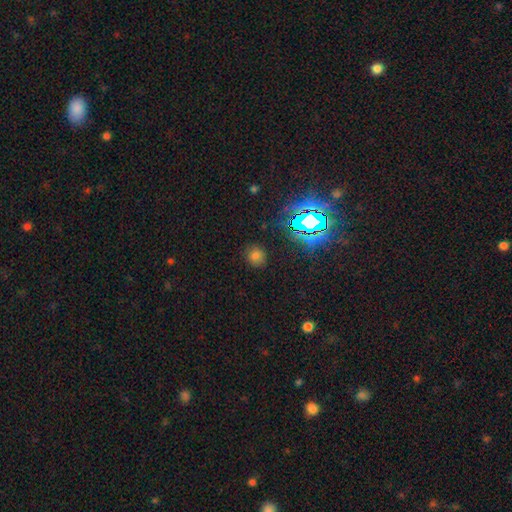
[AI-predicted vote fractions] smooth_or_featured: smooth (p=0.67) [alt: star or artifact p=0.26]
how_rounded: round (p=0.81) [alt: in between p=0.18]
merging: none (p=0.85) [alt: minor disturbance p=0.10]